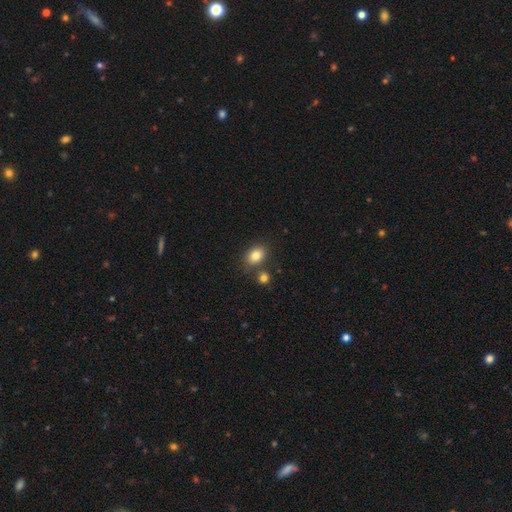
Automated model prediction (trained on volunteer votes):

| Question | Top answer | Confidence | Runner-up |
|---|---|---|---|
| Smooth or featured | smooth | 83% | star or artifact (9%) |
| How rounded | in between | 68% | round (30%) |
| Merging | none | 72% | merger (13%) |